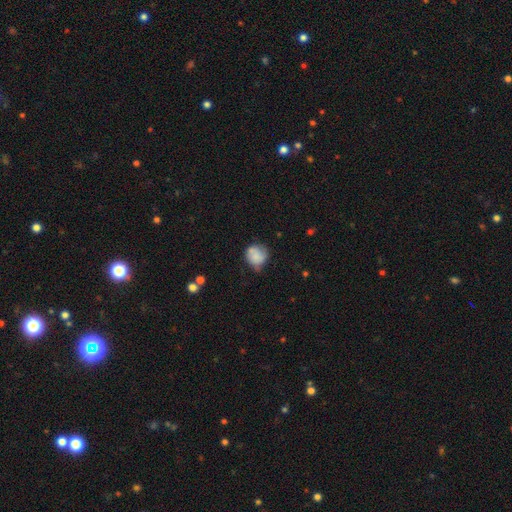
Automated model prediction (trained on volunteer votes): Smooth or featured?
  - smooth: 72% *
  - featured or disk: 19%
  - star or artifact: 8%
How rounded?
  - round: 79% *
  - in between: 20%
  - cigar-shaped: 1%
Merging?
  - none: 50% *
  - minor disturbance: 33%
  - major disturbance: 10%
  - merger: 7%